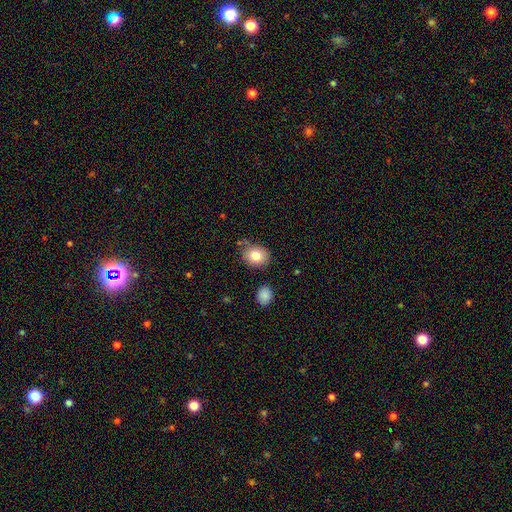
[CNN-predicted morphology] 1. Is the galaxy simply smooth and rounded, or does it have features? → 81% smooth, 10% featured or disk, 9% star or artifact.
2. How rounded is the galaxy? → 61% round, 38% in between, 1% cigar-shaped.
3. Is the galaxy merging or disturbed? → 75% none, 15% minor disturbance, 6% merger, 4% major disturbance.